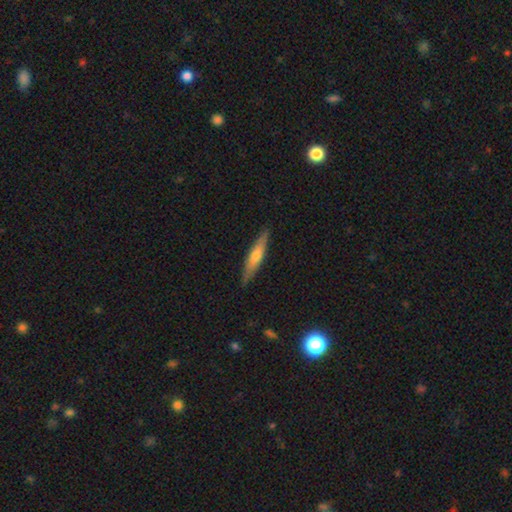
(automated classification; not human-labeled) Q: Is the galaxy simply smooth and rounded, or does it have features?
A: featured or disk — 48%.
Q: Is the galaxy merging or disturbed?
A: none — 89%.